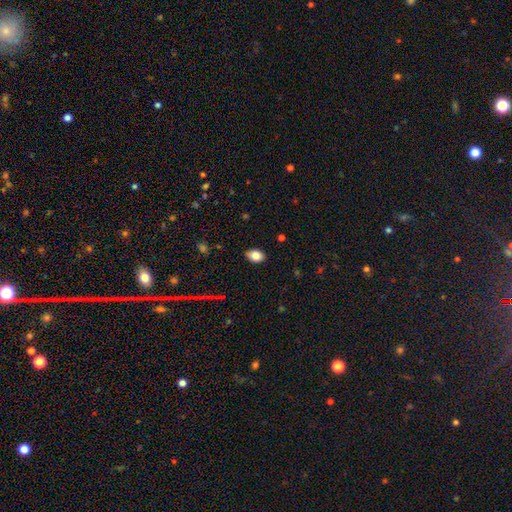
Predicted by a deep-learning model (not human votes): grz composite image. It shows a smooth galaxy with no disk features (83%) that is in between round and cigar-shaped (83%). Merging: none (87%).